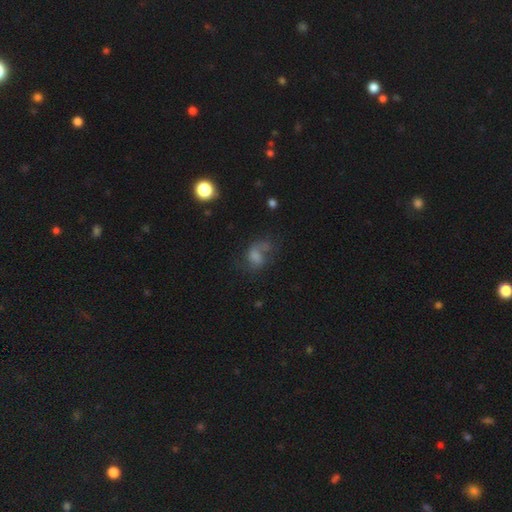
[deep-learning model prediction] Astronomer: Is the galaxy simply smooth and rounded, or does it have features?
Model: smooth — 49% (runner-up: featured or disk, 35%).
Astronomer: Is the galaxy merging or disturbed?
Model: none — 36% (runner-up: major disturbance, 30%).